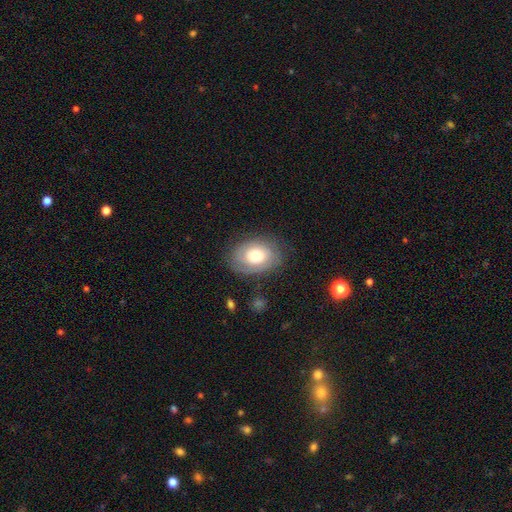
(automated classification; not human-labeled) A smooth galaxy with no disk features (48%).

Vote fractions:
- Smooth or featured? smooth: 48% / featured or disk: 44% / star or artifact: 8%
- Merging? none: 75% / minor disturbance: 17% / major disturbance: 7% / merger: 1%